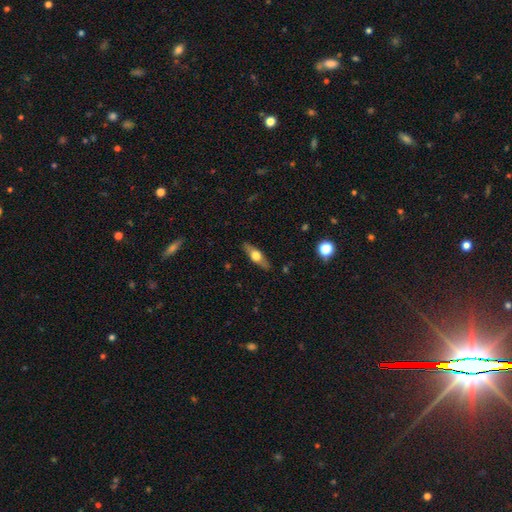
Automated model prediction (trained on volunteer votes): Q: Smooth or featured?
A: featured or disk (51%); runner-up: smooth (43%)
Q: Edge-on disk?
A: yes (87%); runner-up: no (13%)
Q: Merging?
A: none (86%); runner-up: minor disturbance (10%)